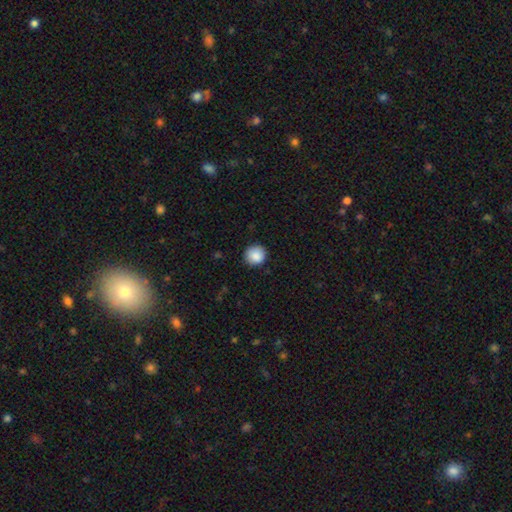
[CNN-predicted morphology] This appears to be a smooth galaxy with no disk features (88%) that is round (93%). Merging: none (89%).